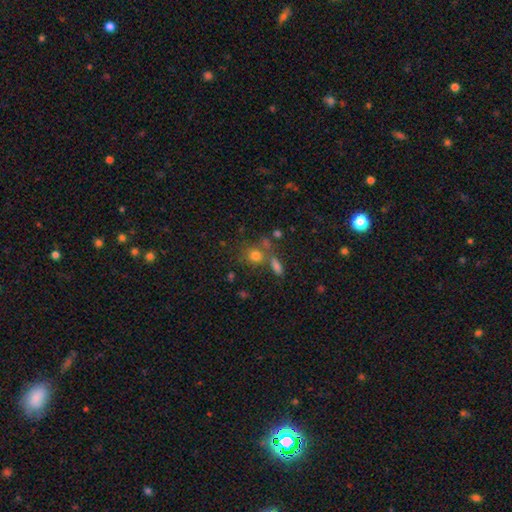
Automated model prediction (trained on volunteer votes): smooth 74%, star or artifact 16%, featured or disk 10%. Down the decision tree: how rounded — round (74%); merging — none (59%).